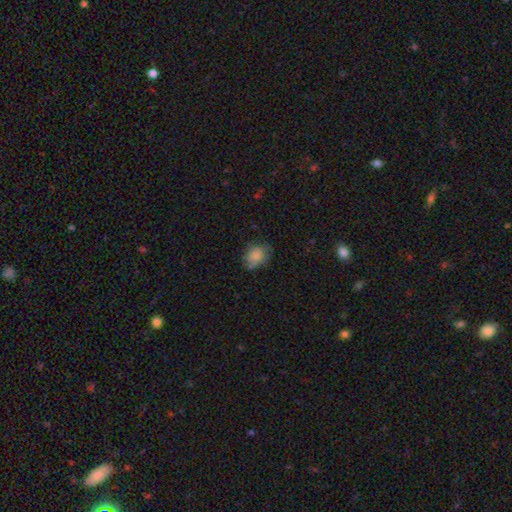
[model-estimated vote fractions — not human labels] This is likely a smooth galaxy (74%). How rounded: likely in between (65%). Merging: possibly none (56%).